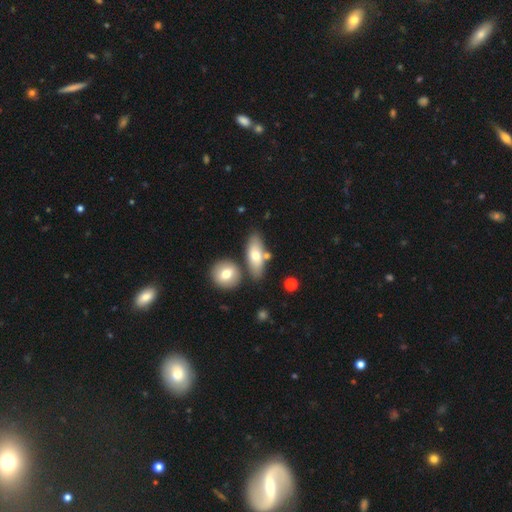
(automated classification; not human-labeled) Smooth or featured? Predicted: smooth (p=0.65). How rounded? Predicted: in between (p=0.69). Merging? Predicted: none (p=0.65).